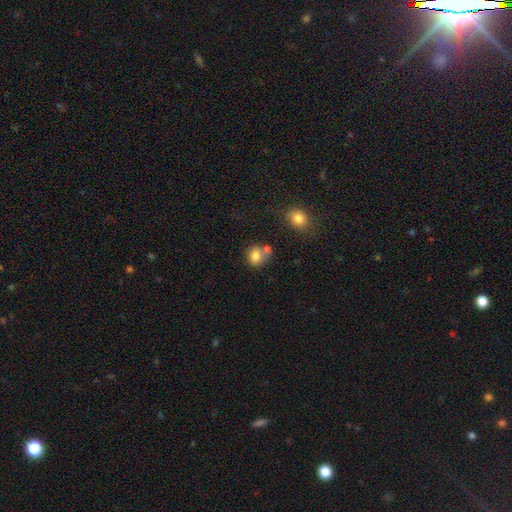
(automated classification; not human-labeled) Smooth or featured? smooth (81%)
How rounded? round (65%)
Merging? none (51%)